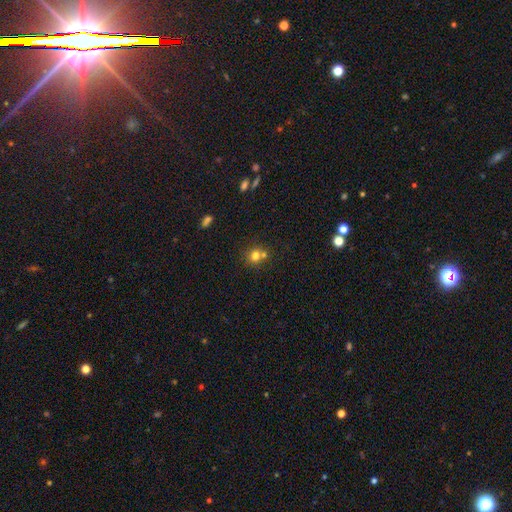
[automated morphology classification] smooth 74%, star or artifact 15%, featured or disk 11%. Down the decision tree: how rounded — round (84%); merging — none (53%).